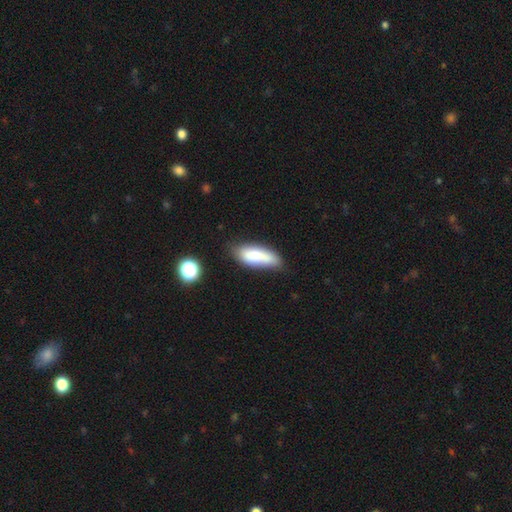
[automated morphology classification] Smooth or featured? smooth (75%)
How rounded? in between (69%)
Merging? none (63%)